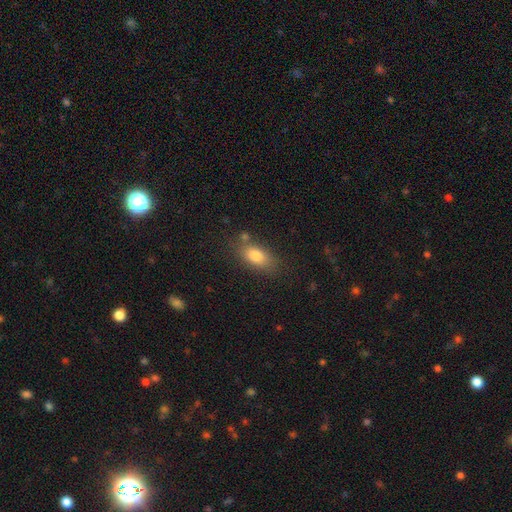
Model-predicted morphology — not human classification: type=smooth (80%); roundness=in between (85%); merging=none (73%).